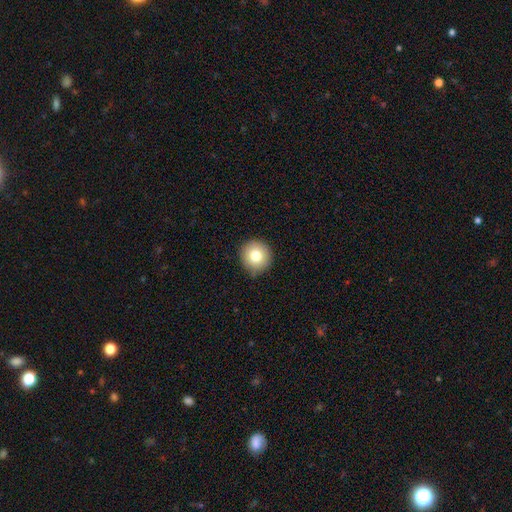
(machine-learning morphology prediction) smooth-or-featured: smooth: 78% | featured or disk: 11% | star or artifact: 10%
  how-rounded: round: 95% | in between: 4% | cigar-shaped: 1%
  merging: none: 87% | minor disturbance: 10% | major disturbance: 2% | merger: 1%